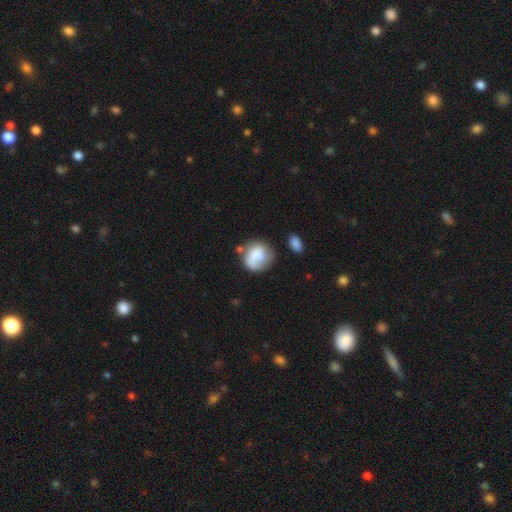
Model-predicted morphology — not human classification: Smooth or featured: smooth — 72% (featured or disk — 20%)
How rounded: round — 75% (in between — 24%)
Merging: none — 49% (minor disturbance — 25%)